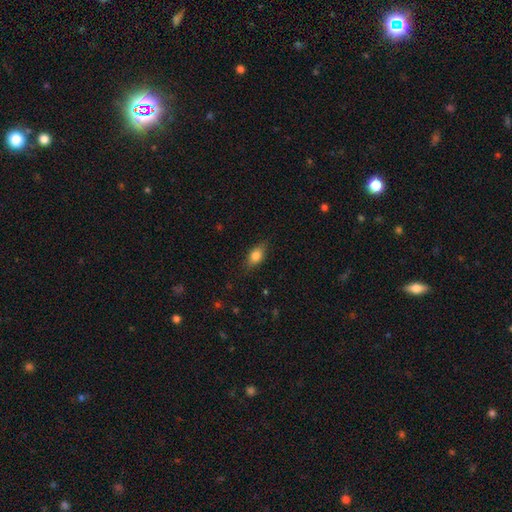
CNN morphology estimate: type=smooth (79%); roundness=in between (81%); merging=none (81%).